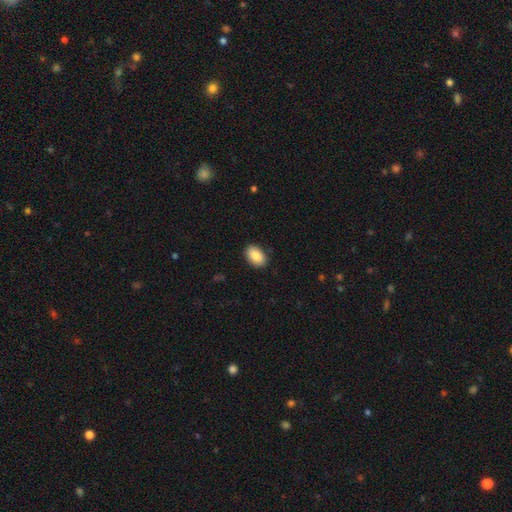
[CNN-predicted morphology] Overall: smooth (88%). How rounded: in between (90%). Merging: none (89%).